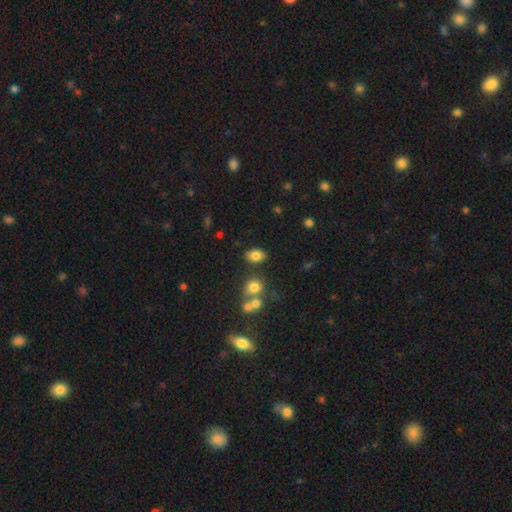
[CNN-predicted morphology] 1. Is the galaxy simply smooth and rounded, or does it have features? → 81% smooth, 11% star or artifact, 8% featured or disk.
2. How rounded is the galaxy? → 78% in between, 21% round, 1% cigar-shaped.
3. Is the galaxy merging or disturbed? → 79% none, 11% minor disturbance, 7% merger, 3% major disturbance.